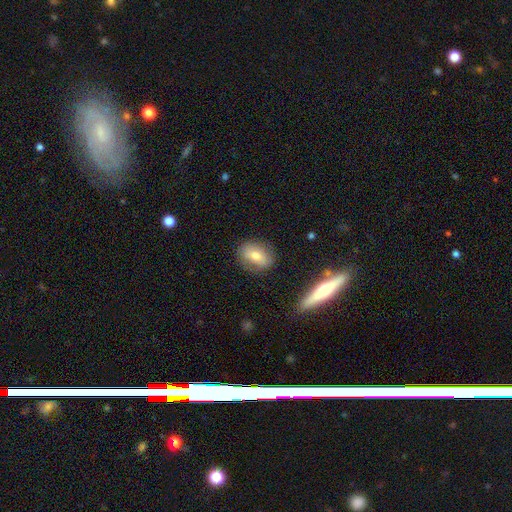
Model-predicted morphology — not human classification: Smooth or featured: smooth — 65% (featured or disk — 27%)
How rounded: in between — 71% (round — 24%)
Merging: none — 80% (minor disturbance — 14%)